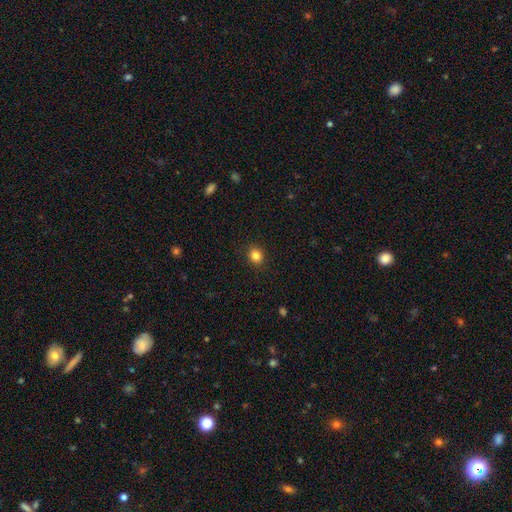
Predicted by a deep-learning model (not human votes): Q: Smooth or featured?
A: smooth (84%); runner-up: star or artifact (12%)
Q: How rounded?
A: round (77%); runner-up: in between (22%)
Q: Merging?
A: none (90%); runner-up: minor disturbance (7%)